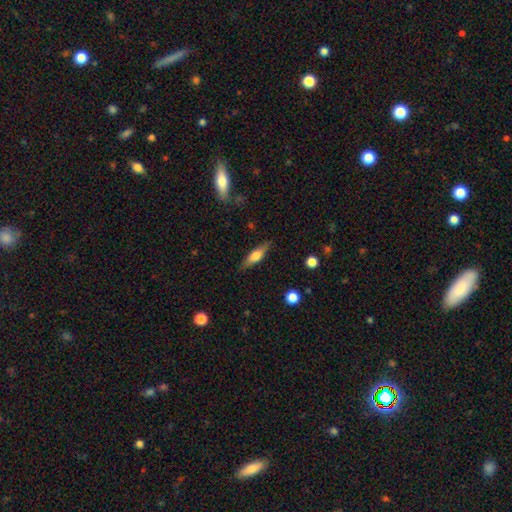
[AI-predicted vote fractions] Overall: smooth (49%; featured or disk 45%). Merging: none (84%).